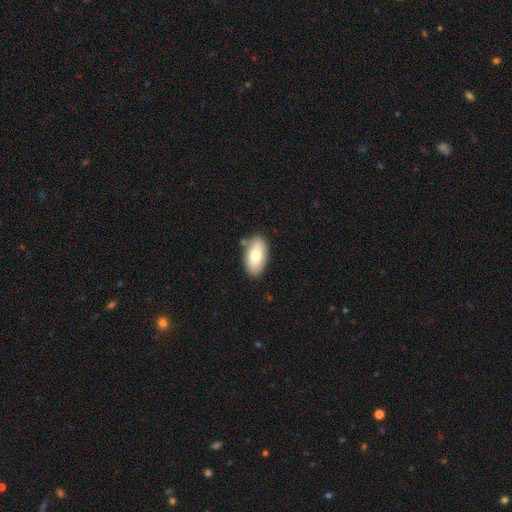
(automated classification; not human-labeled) A smooth galaxy with no disk features (76%) that is in between round and cigar-shaped (94%).

Vote fractions:
- Smooth or featured? smooth: 76% / featured or disk: 18% / star or artifact: 7%
- How rounded? in between: 94% / round: 3% / cigar-shaped: 3%
- Merging? none: 82% / minor disturbance: 12% / merger: 4% / major disturbance: 3%